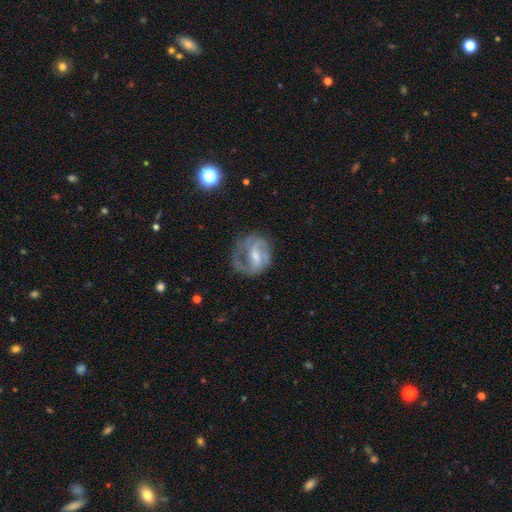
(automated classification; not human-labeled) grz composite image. It shows a featured or disk galaxy (79%) with a weak bar (54%), 2 (49%) medium (48%) spiral arms (90%) and a moderate central bulge (44%). Merging: none (53%).